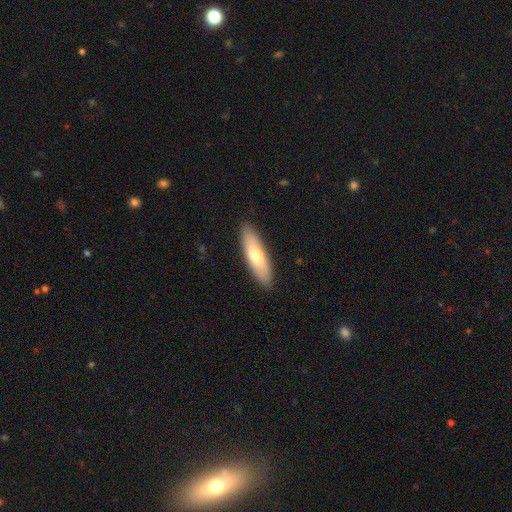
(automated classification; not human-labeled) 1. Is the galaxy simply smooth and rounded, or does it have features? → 70% smooth, 25% featured or disk, 5% star or artifact.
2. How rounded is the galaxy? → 60% cigar-shaped, 39% in between, 2% round.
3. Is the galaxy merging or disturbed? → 89% none, 9% minor disturbance, 2% major disturbance, 1% merger.